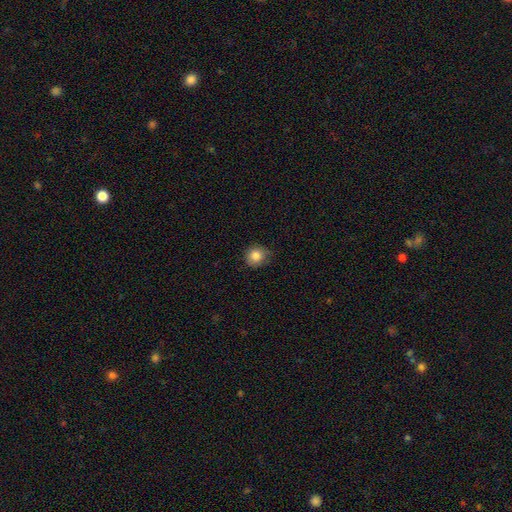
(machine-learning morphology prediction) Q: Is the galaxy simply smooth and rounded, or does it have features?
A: smooth — 83%.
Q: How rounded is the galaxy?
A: round — 89%.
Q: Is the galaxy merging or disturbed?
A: none — 80%.